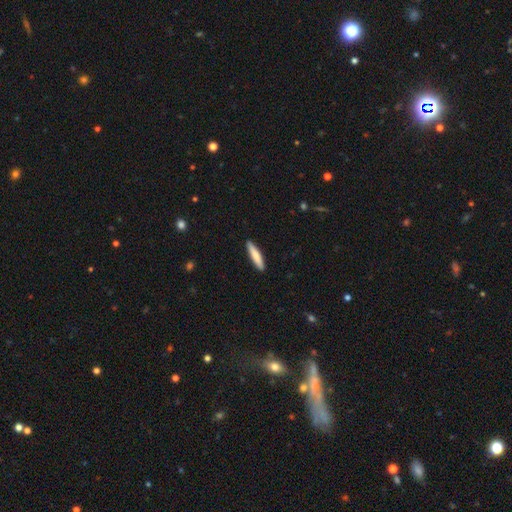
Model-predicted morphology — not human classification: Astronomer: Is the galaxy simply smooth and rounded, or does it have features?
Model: smooth — 76%.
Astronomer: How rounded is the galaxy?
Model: cigar-shaped — 88%.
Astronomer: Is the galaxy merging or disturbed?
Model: none — 91%.